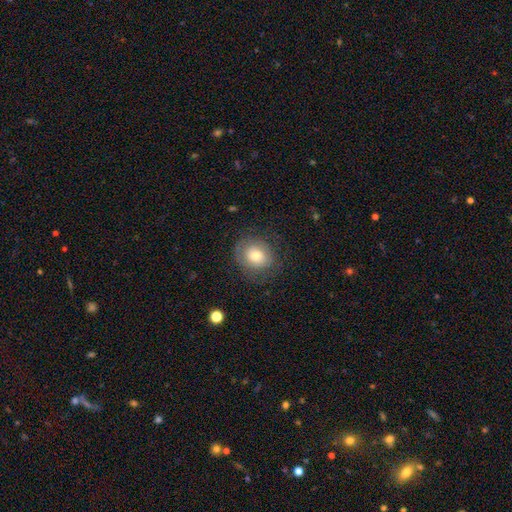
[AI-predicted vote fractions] A smooth galaxy with no disk features (68%) that is round (71%).

Vote fractions:
- Smooth or featured? smooth: 68% / featured or disk: 23% / star or artifact: 9%
- How rounded? round: 71% / in between: 29% / cigar-shaped: 1%
- Merging? none: 73% / minor disturbance: 17% / major disturbance: 9% / merger: 1%